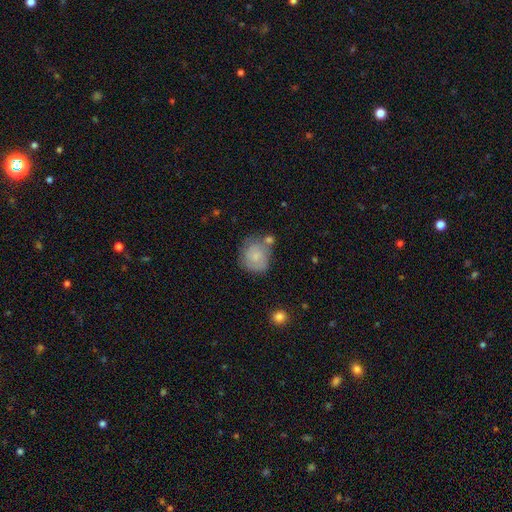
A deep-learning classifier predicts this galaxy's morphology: smooth 65%, featured or disk 27%, star or artifact 8%. Down the decision tree: how rounded — round (71%); merging — none (52%).